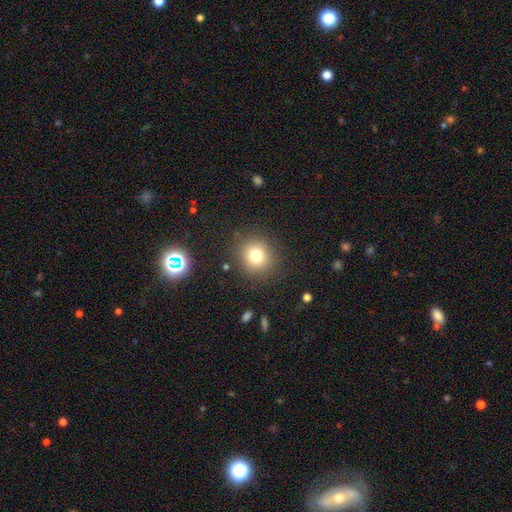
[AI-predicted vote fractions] smooth_or_featured: smooth (p=0.77) [alt: star or artifact p=0.14]
how_rounded: round (p=0.88) [alt: in between p=0.11]
merging: none (p=0.87) [alt: minor disturbance p=0.08]